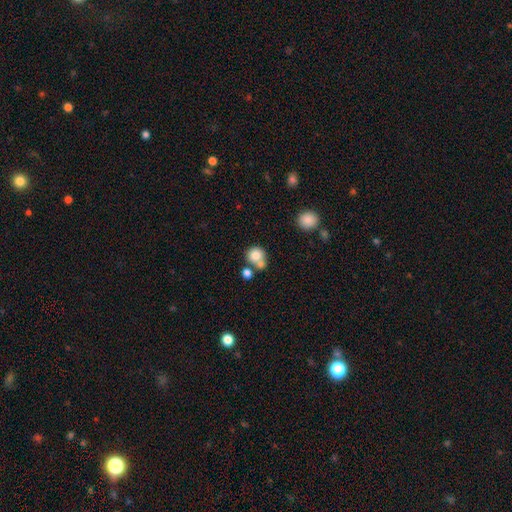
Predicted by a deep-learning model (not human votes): Overall: smooth (78%). How rounded: round (86%). Merging: none (48%; merger 38%).